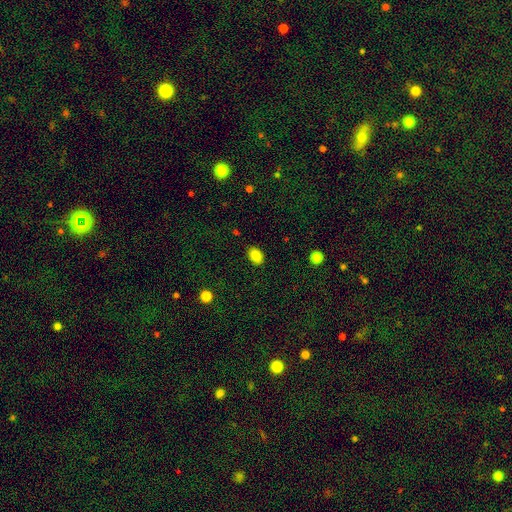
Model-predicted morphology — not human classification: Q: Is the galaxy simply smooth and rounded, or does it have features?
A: smooth — 86%.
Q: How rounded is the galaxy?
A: in between — 80%.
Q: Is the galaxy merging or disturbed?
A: none — 86%.